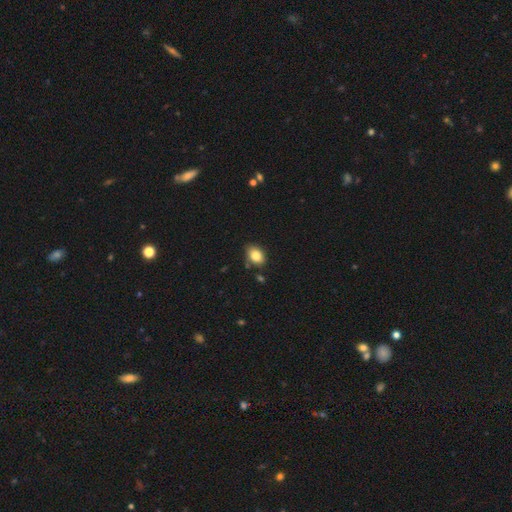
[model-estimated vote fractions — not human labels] Smooth or featured?
  - smooth: 85% *
  - star or artifact: 9%
  - featured or disk: 7%
How rounded?
  - in between: 79% *
  - round: 20%
  - cigar-shaped: 1%
Merging?
  - none: 79% *
  - minor disturbance: 14%
  - merger: 4%
  - major disturbance: 3%